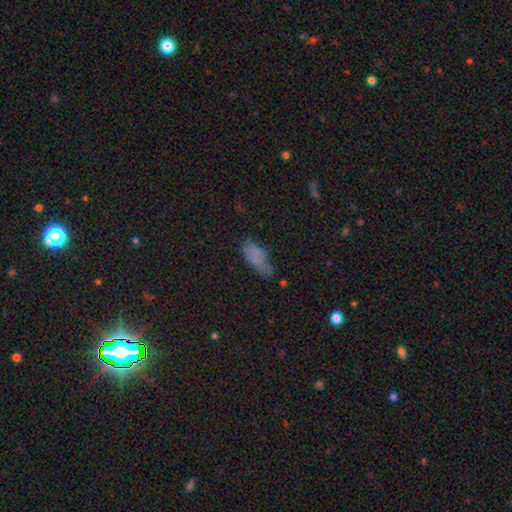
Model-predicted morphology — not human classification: Q: Smooth or featured?
A: smooth (76%); runner-up: star or artifact (12%)
Q: How rounded?
A: in between (73%); runner-up: cigar-shaped (24%)
Q: Merging?
A: none (50%); runner-up: minor disturbance (33%)